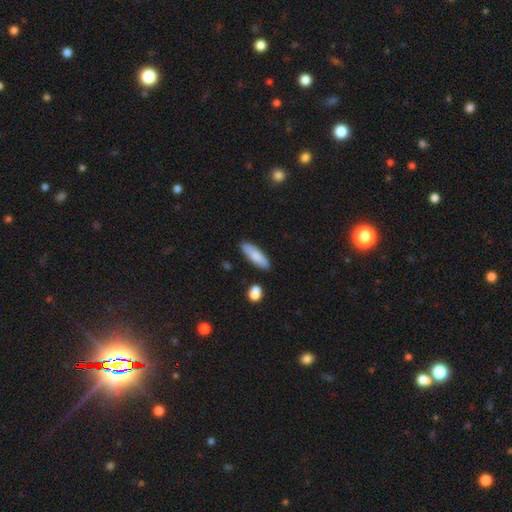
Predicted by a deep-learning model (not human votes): smooth-or-featured: smooth: 82% | featured or disk: 12% | star or artifact: 6%
  how-rounded: cigar-shaped: 56% | in between: 42% | round: 2%
  merging: none: 85% | minor disturbance: 10% | merger: 3% | major disturbance: 2%